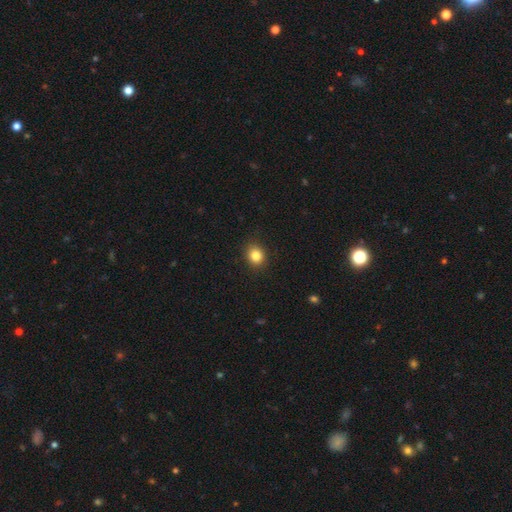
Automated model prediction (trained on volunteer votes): The model was most divided on "how rounded": round: 71%, in between: 28%, cigar-shaped: 1%. More confident: merging — none (89%); smooth or featured — smooth (84%).